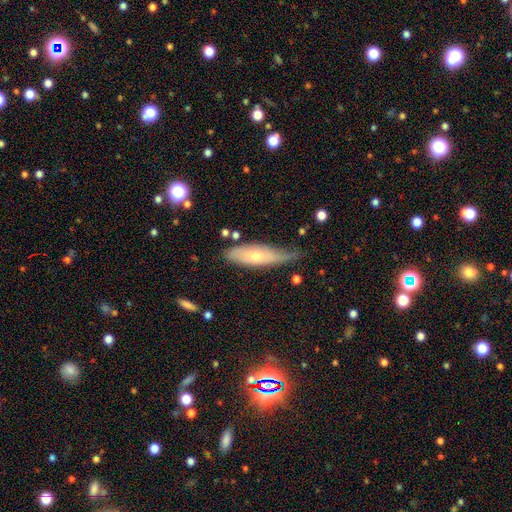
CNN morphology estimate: This appears to be a smooth galaxy with no disk features (54%) that is cigar-shaped (55%). Merging: none (55%).